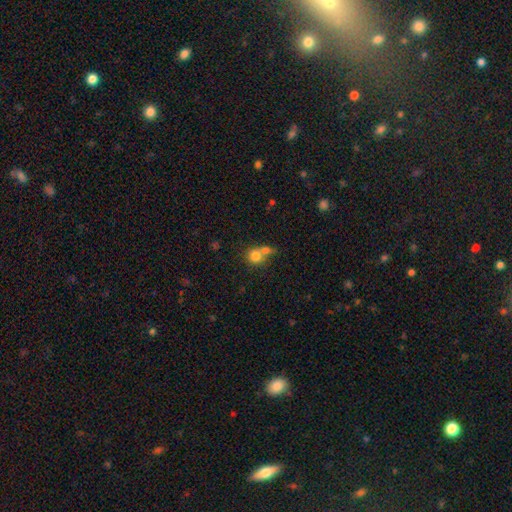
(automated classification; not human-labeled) smooth_or_featured: smooth (p=0.78) [alt: featured or disk p=0.12]
how_rounded: round (p=0.84) [alt: in between p=0.15]
merging: merger (p=0.47) [alt: none p=0.40]